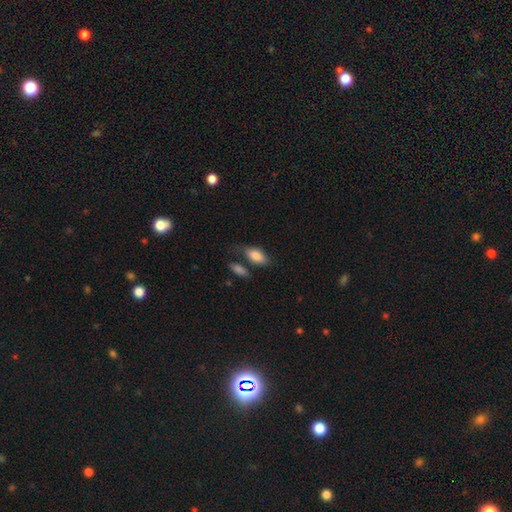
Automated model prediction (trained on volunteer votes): Smooth or featured? smooth (84%)
How rounded? in between (89%)
Merging? none (55%)